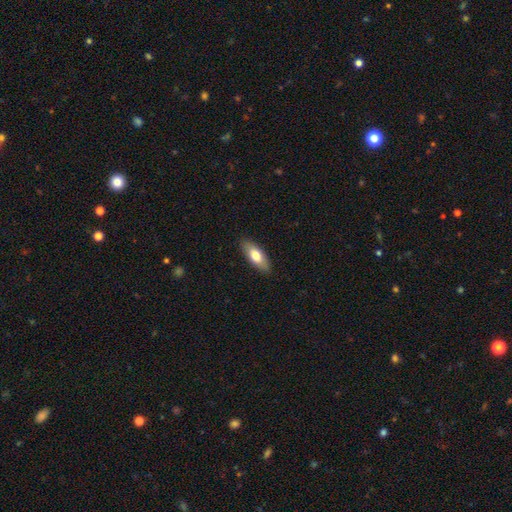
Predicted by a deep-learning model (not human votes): The model was most divided on "how rounded": in between: 74%, cigar-shaped: 24%, round: 2%. More confident: merging — none (88%); smooth or featured — smooth (74%).